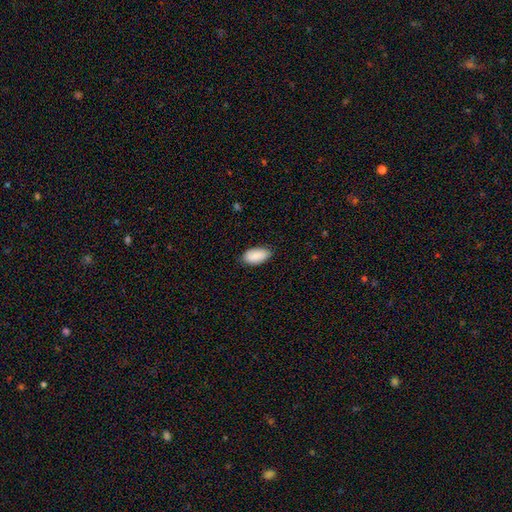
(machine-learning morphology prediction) This is clearly a smooth galaxy (85%). How rounded: clearly in between (94%). Merging: likely none (78%).